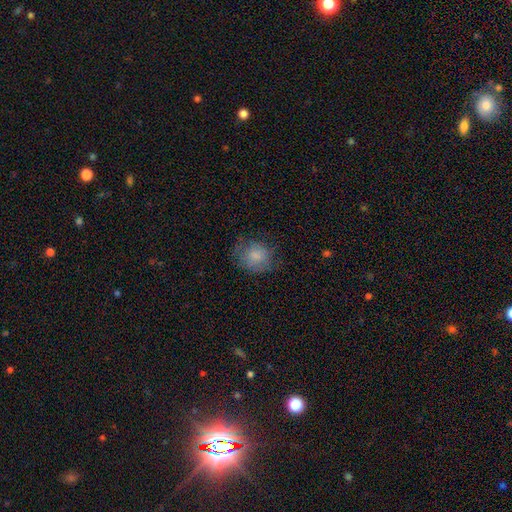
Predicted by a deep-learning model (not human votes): This is likely a smooth galaxy (78%). How rounded: likely round (74%). Merging: likely none (64%).